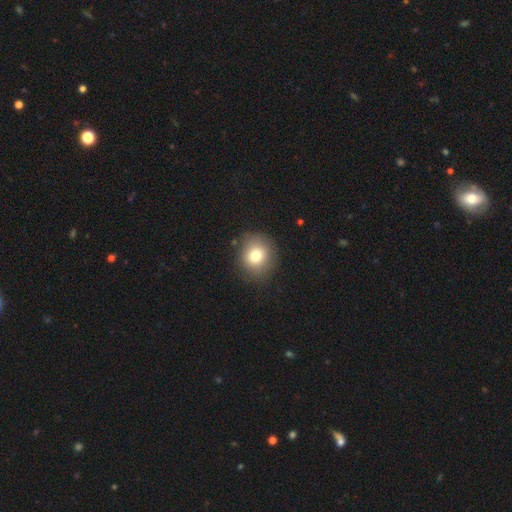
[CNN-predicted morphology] smooth 77%, featured or disk 11%, star or artifact 11%. Down the decision tree: how rounded — round (82%); merging — none (85%).